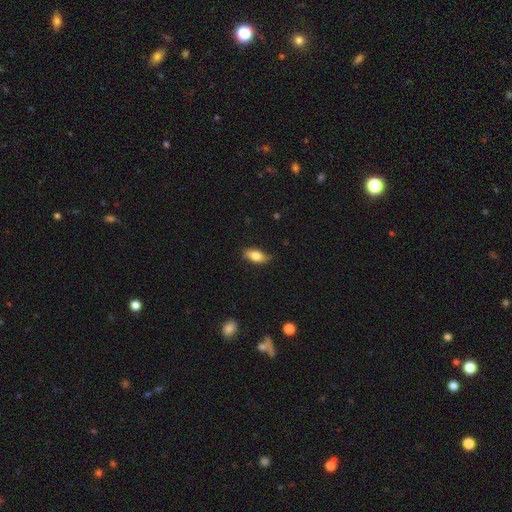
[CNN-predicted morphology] The model was most divided on "merging": none: 77%, minor disturbance: 19%, major disturbance: 3%, merger: 1%. More confident: how rounded — in between (85%); smooth or featured — smooth (77%).